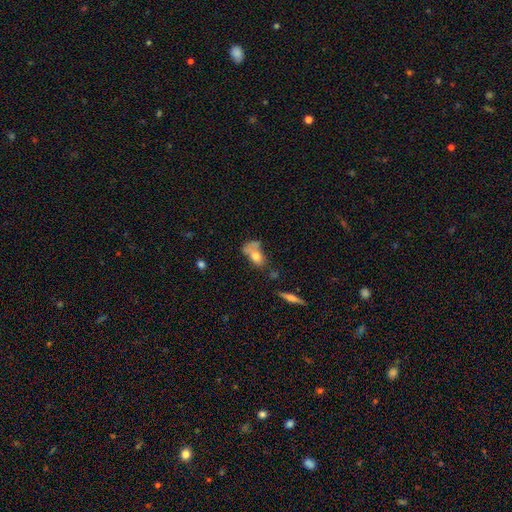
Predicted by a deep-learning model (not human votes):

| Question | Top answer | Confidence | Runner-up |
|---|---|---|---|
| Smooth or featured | smooth | 66% | featured or disk (24%) |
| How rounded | in between | 80% | round (16%) |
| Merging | merger | 29% | major disturbance (27%) |